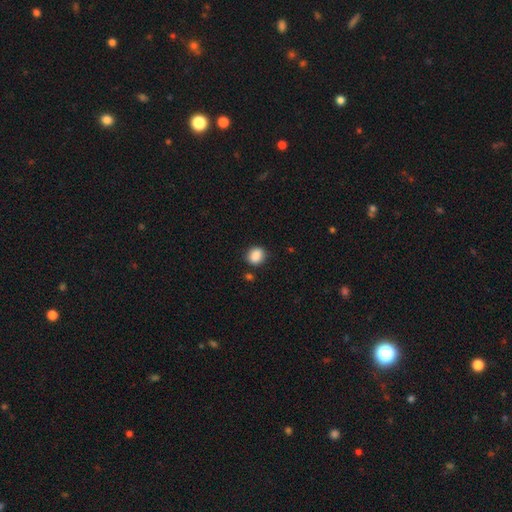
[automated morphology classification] Smooth or featured?
  - smooth: 87% *
  - star or artifact: 9%
  - featured or disk: 4%
How rounded?
  - round: 62% *
  - in between: 37%
  - cigar-shaped: 1%
Merging?
  - none: 81% *
  - minor disturbance: 12%
  - merger: 3%
  - major disturbance: 3%